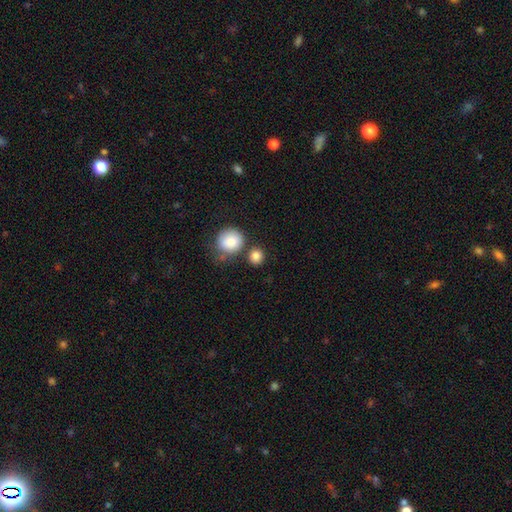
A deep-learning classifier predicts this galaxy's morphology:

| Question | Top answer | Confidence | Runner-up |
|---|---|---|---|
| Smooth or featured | smooth | 85% | star or artifact (9%) |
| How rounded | round | 86% | in between (13%) |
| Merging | none | 69% | merger (18%) |